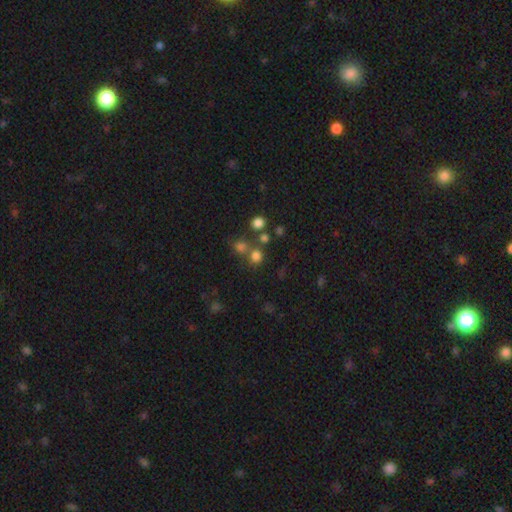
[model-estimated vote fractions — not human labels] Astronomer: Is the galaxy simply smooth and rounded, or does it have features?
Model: smooth — 72%.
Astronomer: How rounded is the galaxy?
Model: round — 86%.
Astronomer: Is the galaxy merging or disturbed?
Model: none — 64%.